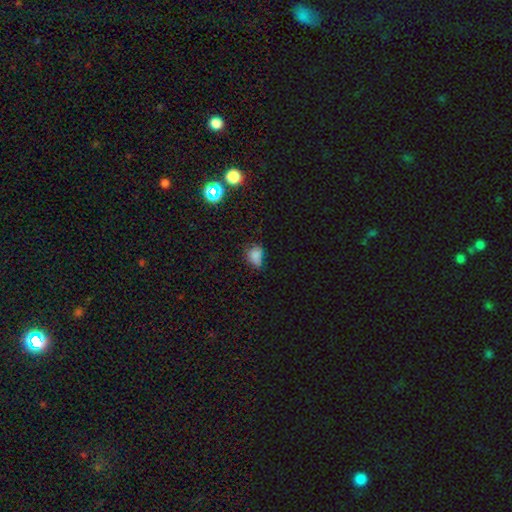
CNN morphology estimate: The model was most divided on "merging": none: 42%, minor disturbance: 38%, major disturbance: 15%, merger: 5%. More confident: smooth or featured — smooth (72%); how rounded — in between (66%).